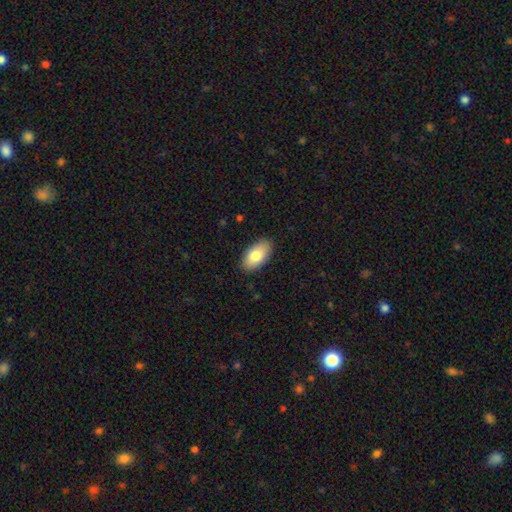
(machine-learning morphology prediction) The model was most divided on "smooth or featured": smooth: 81%, featured or disk: 13%, star or artifact: 6%. More confident: how rounded — in between (95%); merging — none (88%).